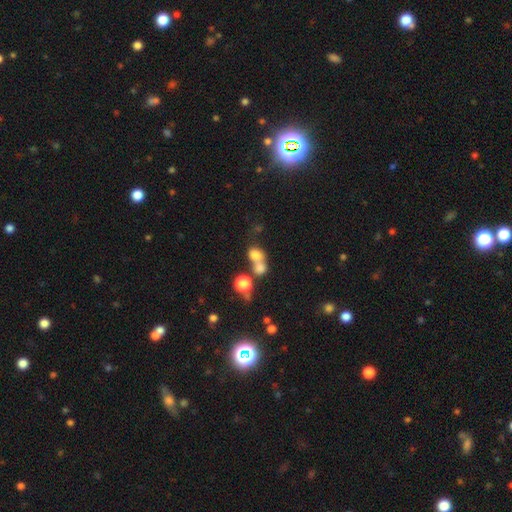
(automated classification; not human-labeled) This appears to be a smooth galaxy with no disk features (74%) that is round (62%). Merging: merger (59%).